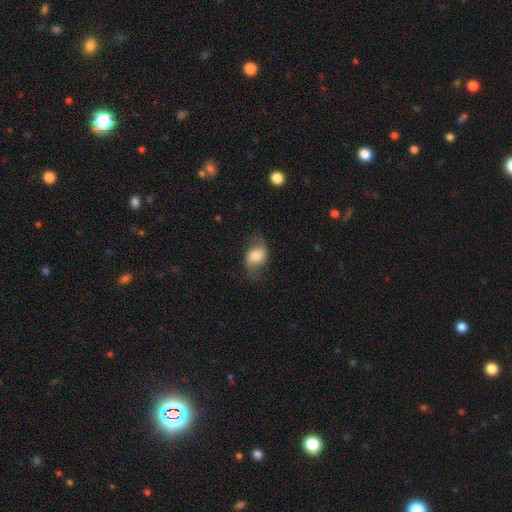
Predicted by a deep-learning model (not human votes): A smooth galaxy with no disk features (61%) that is in between round and cigar-shaped (73%).

Vote fractions:
- Smooth or featured? smooth: 61% / featured or disk: 31% / star or artifact: 8%
- How rounded? in between: 73% / round: 25% / cigar-shaped: 2%
- Merging? none: 67% / minor disturbance: 23% / major disturbance: 9% / merger: 1%